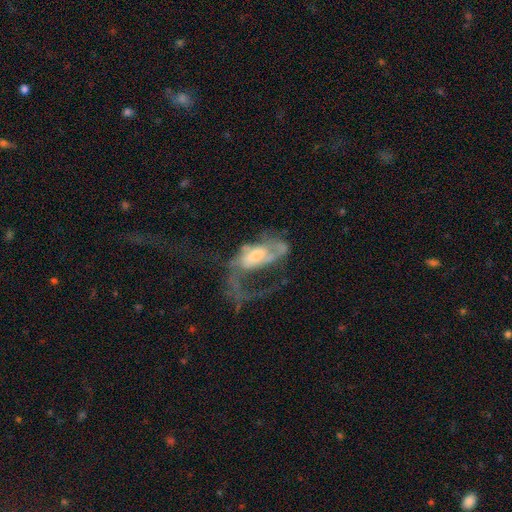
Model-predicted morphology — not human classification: The model was most divided on "bulge size": moderate: 45%, small: 25%, large: 20%, none: 7%, dominant: 3%. More confident: edge-on disk — no (94%); smooth or featured — featured or disk (68%); spiral arms — yes (67%); merging — major disturbance (61%); bar — no (56%).